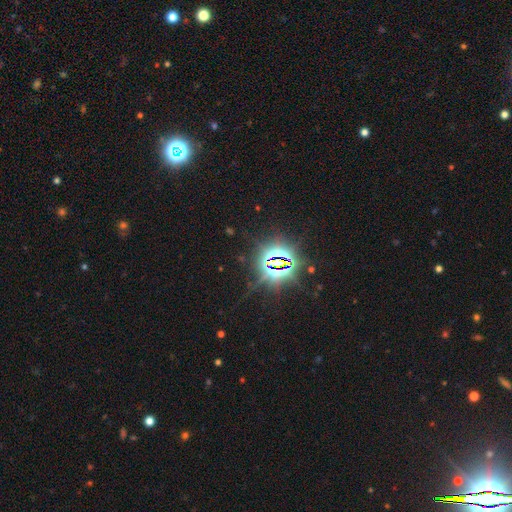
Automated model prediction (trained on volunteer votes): The model was most divided on "smooth or featured": star or artifact: 83%, smooth: 10%, featured or disk: 7%.